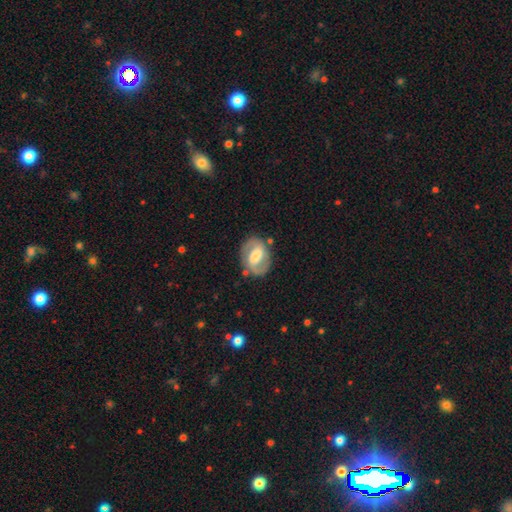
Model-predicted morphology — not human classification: type=featured or disk (74%); edge-on=no (97%); bar=weak (45%); spiral arms=yes (86%); winding=medium (51%); arm count=2 (88%); bulge=moderate (45%); merging=none (78%).